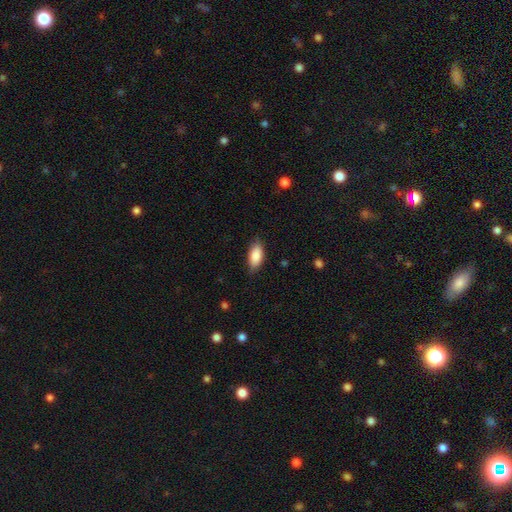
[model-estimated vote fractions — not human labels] This is clearly a smooth galaxy (87%). How rounded: clearly in between (87%). Merging: clearly none (81%).